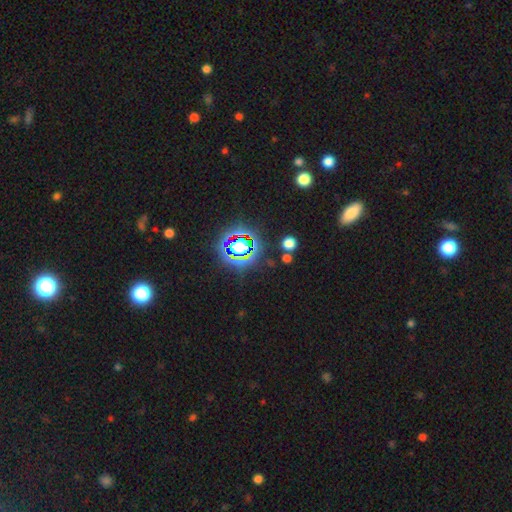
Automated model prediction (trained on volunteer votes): Morphology: type=star or artifact (79%).